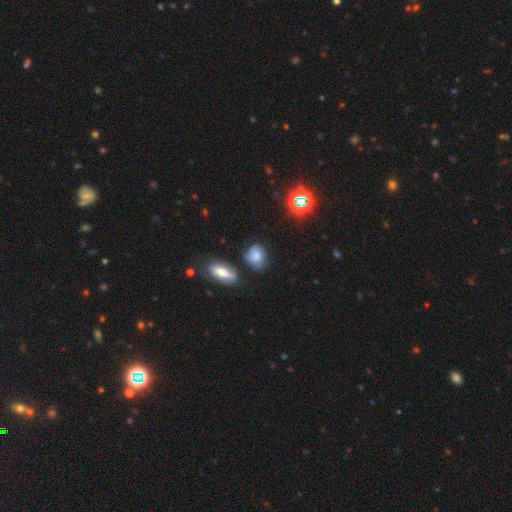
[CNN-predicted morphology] Smooth or featured: smooth — 65% (featured or disk — 20%)
How rounded: round — 50% (in between — 48%)
Merging: none — 59% (minor disturbance — 26%)